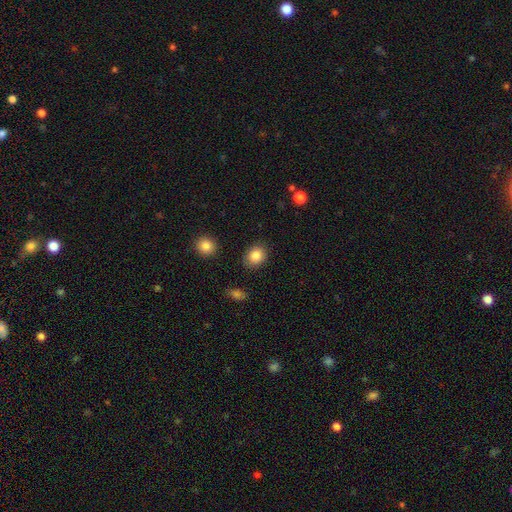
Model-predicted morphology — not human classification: smooth_or_featured: smooth (p=0.85) [alt: star or artifact p=0.09]
how_rounded: round (p=0.56) [alt: in between p=0.43]
merging: none (p=0.86) [alt: minor disturbance p=0.10]